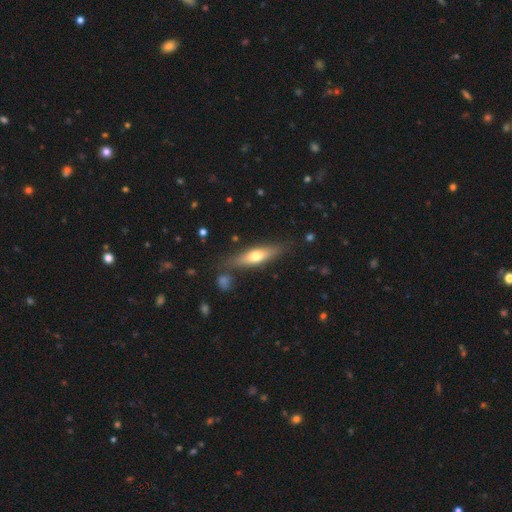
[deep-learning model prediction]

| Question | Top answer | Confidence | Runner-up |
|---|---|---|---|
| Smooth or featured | smooth | 53% | featured or disk (41%) |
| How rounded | cigar-shaped | 65% | in between (33%) |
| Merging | none | 79% | minor disturbance (13%) |